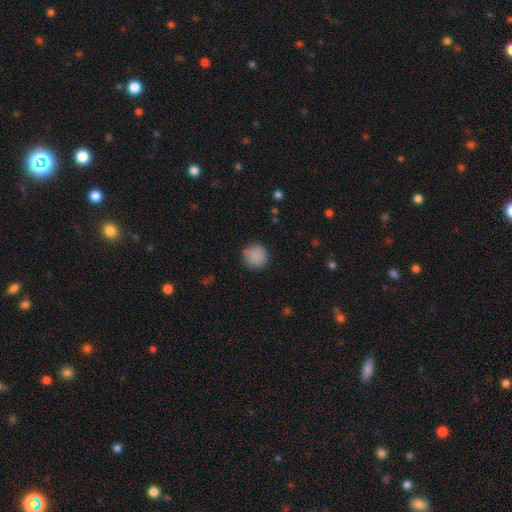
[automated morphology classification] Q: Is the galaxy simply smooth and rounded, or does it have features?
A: smooth — 87%.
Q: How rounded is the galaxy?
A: round — 90%.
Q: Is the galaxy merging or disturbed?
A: none — 82%.